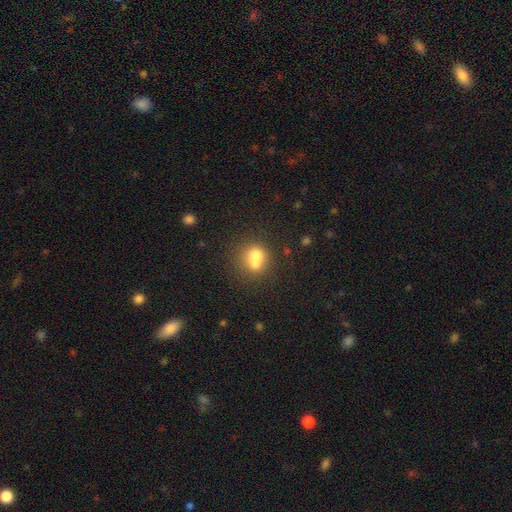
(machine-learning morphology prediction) Smooth or featured: smooth — 66% (featured or disk — 22%)
How rounded: round — 76% (in between — 23%)
Merging: merger — 58% (none — 31%)